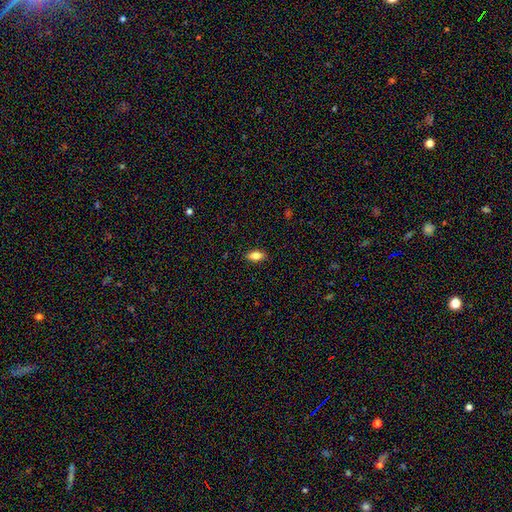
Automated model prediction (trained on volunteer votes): Smooth or featured: smooth — 79% (featured or disk — 12%)
How rounded: in between — 85% (cigar-shaped — 10%)
Merging: none — 88% (minor disturbance — 9%)